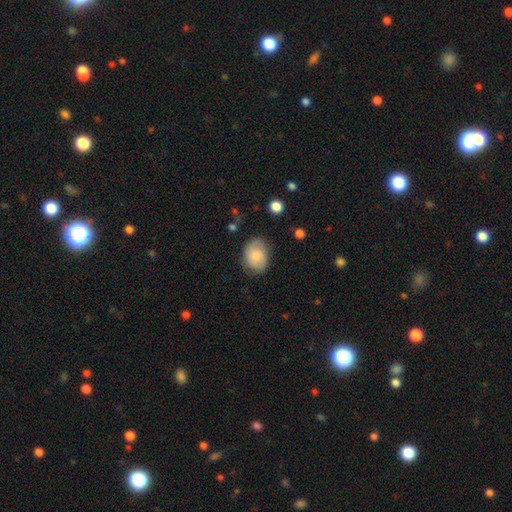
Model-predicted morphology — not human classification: Smooth or featured? smooth (71%)
How rounded? in between (63%)
Merging? none (72%)